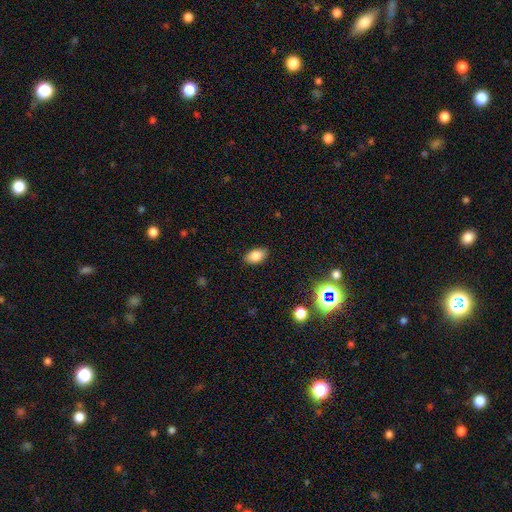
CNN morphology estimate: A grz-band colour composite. It shows a smooth galaxy with no disk features (83%) that is in between round and cigar-shaped (91%). Merging: none (86%).